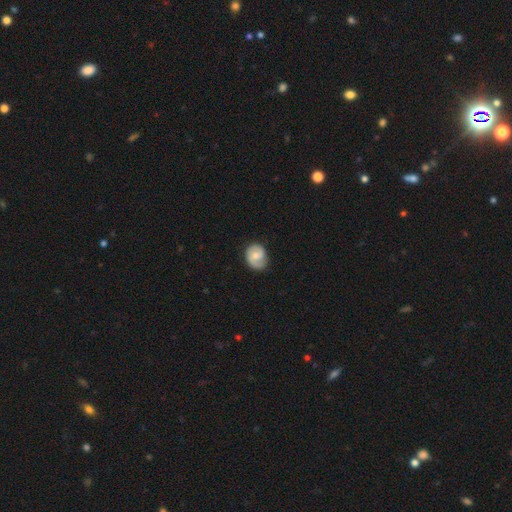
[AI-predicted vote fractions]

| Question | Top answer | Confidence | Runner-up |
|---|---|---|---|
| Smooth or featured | featured or disk | 64% | smooth (31%) |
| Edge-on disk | no | 98% | yes (2%) |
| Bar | no | 56% | weak (38%) |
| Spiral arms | yes | 92% | no (8%) |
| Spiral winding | medium | 42% | tied: tight (42%) |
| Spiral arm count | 2 | 74% | 1 (15%) |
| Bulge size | moderate | 48% | small (43%) |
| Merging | none | 75% | minor disturbance (19%) |